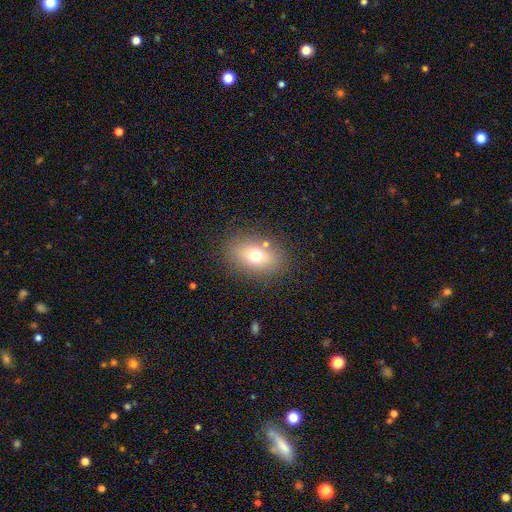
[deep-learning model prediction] Morphology: type=smooth (70%); roundness=in between (74%); merging=none (81%).